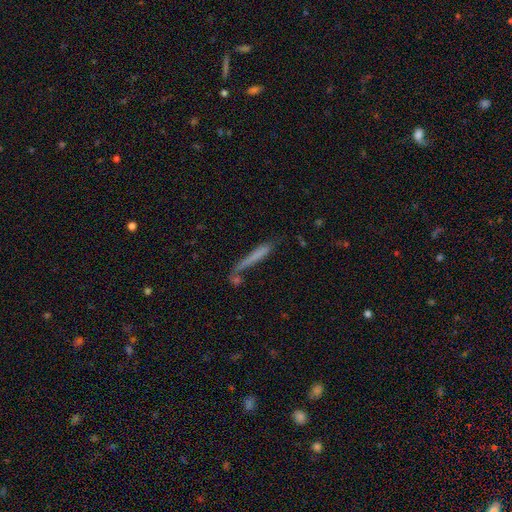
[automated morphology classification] Smooth or featured? Predicted: smooth (p=0.64). How rounded? Predicted: cigar-shaped (p=0.93). Merging? Predicted: none (p=0.56).